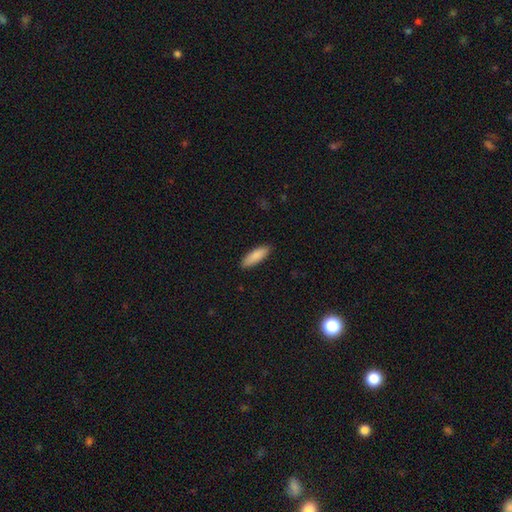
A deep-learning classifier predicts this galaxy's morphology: The model was most divided on "how rounded": in between: 52%, cigar-shaped: 46%, round: 2%. More confident: merging — none (89%); smooth or featured — smooth (88%).